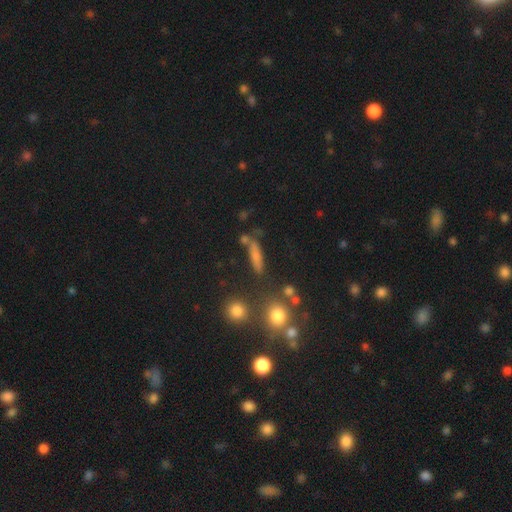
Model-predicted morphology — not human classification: Smooth or featured: smooth — 65% (featured or disk — 21%)
How rounded: cigar-shaped — 69% (in between — 23%)
Merging: none — 64% (minor disturbance — 15%)